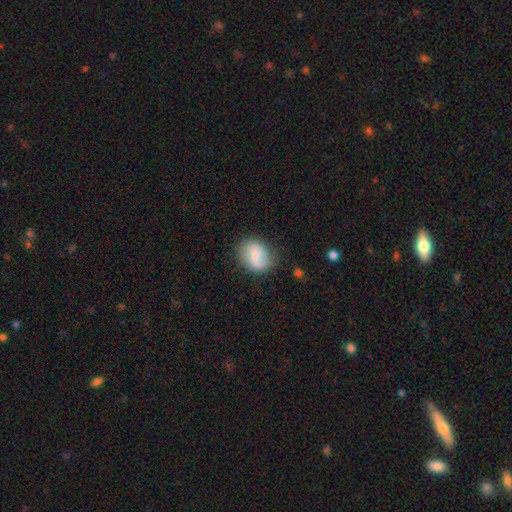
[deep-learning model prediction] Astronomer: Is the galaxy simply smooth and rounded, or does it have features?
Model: smooth — 63%.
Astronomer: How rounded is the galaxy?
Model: round — 55% (runner-up: in between, 44%).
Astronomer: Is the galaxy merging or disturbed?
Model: none — 74%.